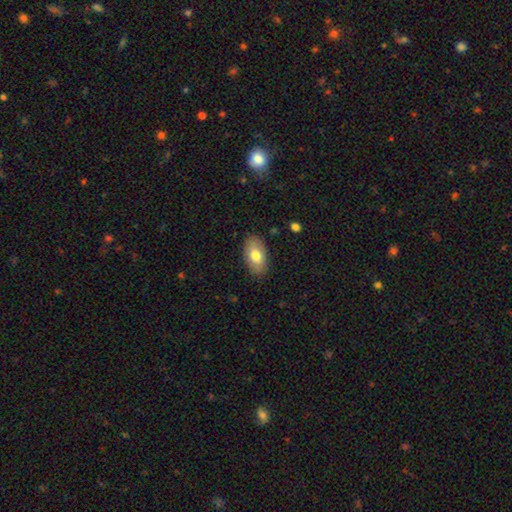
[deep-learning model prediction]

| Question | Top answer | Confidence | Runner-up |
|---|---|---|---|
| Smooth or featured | smooth | 75% | featured or disk (18%) |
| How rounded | in between | 94% | round (4%) |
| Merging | none | 85% | minor disturbance (11%) |